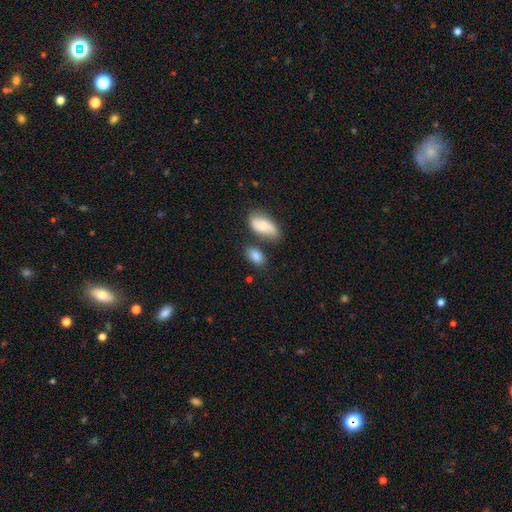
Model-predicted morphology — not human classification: Q: Smooth or featured?
A: smooth (82%); runner-up: featured or disk (10%)
Q: How rounded?
A: in between (89%); runner-up: round (8%)
Q: Merging?
A: none (61%); runner-up: minor disturbance (17%)